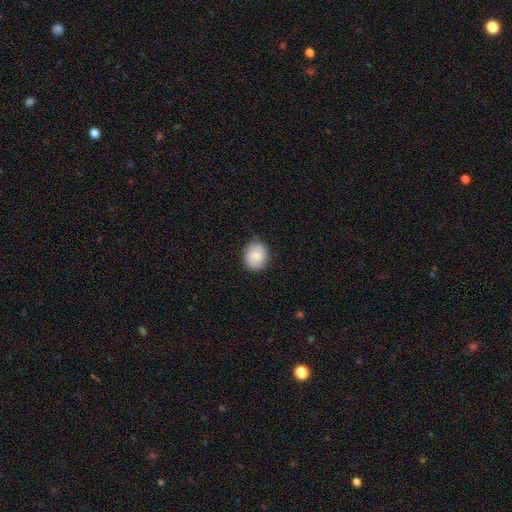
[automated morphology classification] Overall: smooth (83%). How rounded: round (61%; in between 38%). Merging: none (87%).